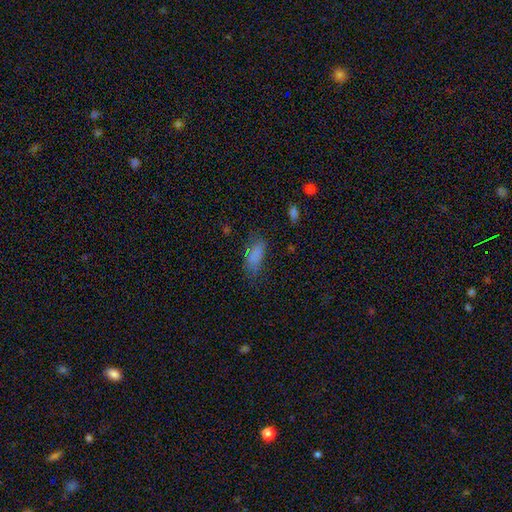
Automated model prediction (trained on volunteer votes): A smooth galaxy with no disk features (78%) that is in between round and cigar-shaped (82%).

Vote fractions:
- Smooth or featured? smooth: 78% / star or artifact: 13% / featured or disk: 10%
- How rounded? in between: 82% / cigar-shaped: 15% / round: 3%
- Merging? none: 58% / minor disturbance: 26% / major disturbance: 13% / merger: 3%